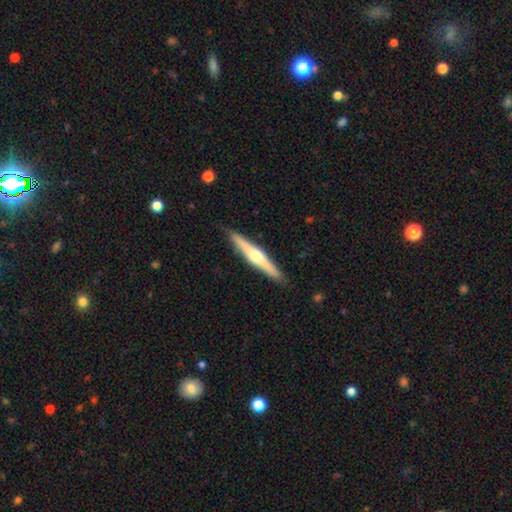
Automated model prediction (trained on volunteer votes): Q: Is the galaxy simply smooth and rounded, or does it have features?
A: featured or disk — 63%.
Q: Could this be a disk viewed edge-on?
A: yes — 97%.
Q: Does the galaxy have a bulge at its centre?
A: rounded — 89%.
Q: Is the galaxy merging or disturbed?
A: none — 90%.